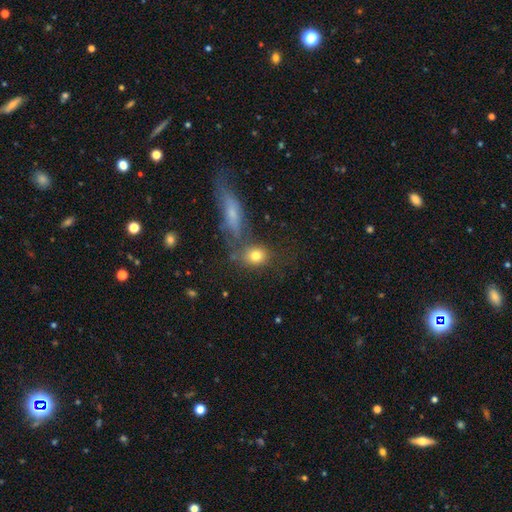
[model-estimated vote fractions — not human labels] smooth_or_featured: smooth (p=0.77) [alt: featured or disk p=0.12]
how_rounded: round (p=0.51) [alt: in between p=0.44]
merging: none (p=0.58) [alt: merger p=0.21]